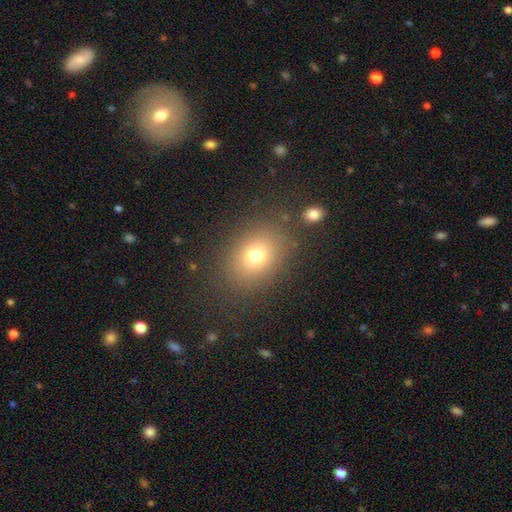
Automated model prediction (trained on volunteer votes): Smooth or featured? smooth (73%)
How rounded? in between (61%)
Merging? none (84%)